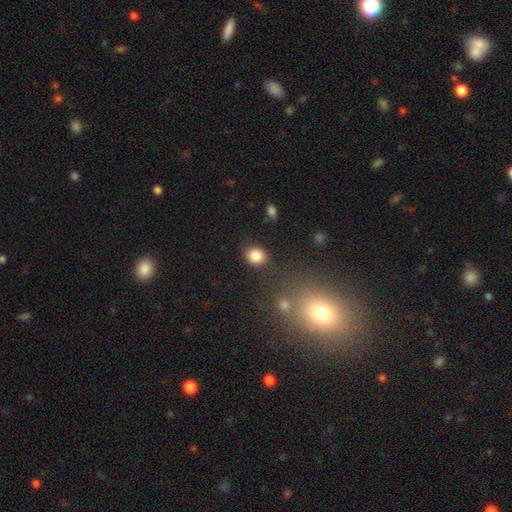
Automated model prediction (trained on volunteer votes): Smooth or featured? smooth (85%)
How rounded? round (74%)
Merging? none (81%)